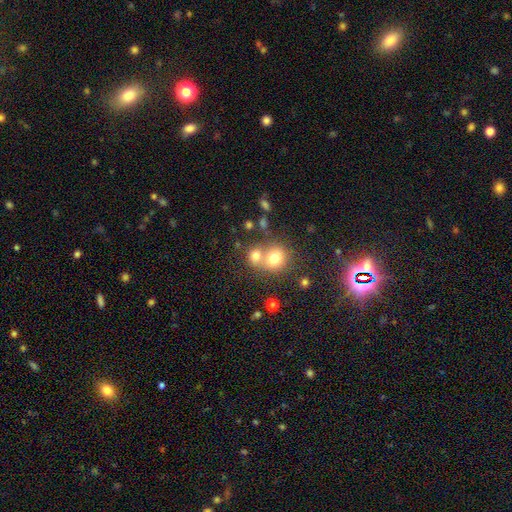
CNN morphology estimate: Q: Smooth or featured?
A: smooth (74%); runner-up: featured or disk (13%)
Q: How rounded?
A: round (75%); runner-up: in between (24%)
Q: Merging?
A: merger (51%); runner-up: none (38%)